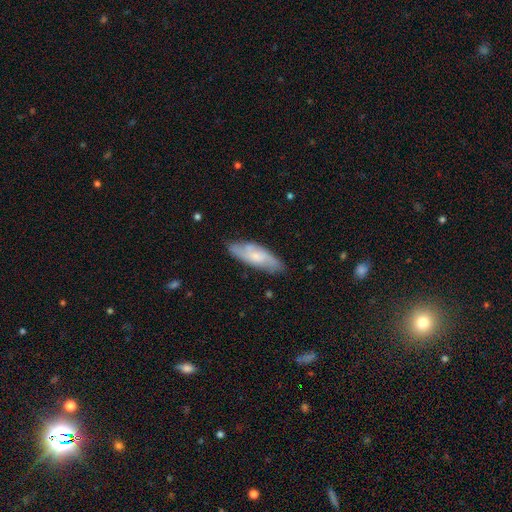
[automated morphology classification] A featured or disk galaxy (50%). Merging: none (78%).